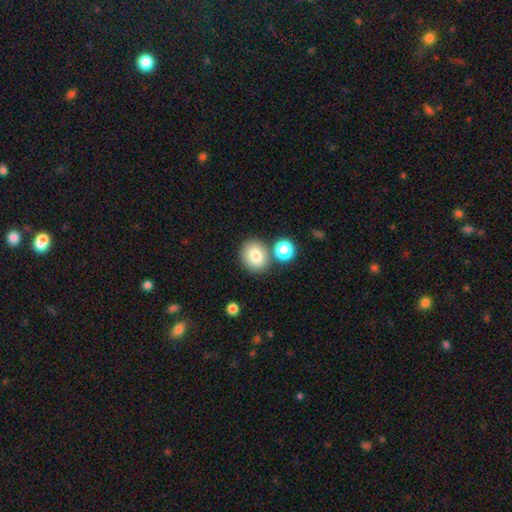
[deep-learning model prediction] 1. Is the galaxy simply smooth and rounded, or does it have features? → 80% smooth, 10% featured or disk, 10% star or artifact.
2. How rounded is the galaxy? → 68% round, 31% in between, 1% cigar-shaped.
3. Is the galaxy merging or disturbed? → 74% none, 14% merger, 10% minor disturbance, 3% major disturbance.